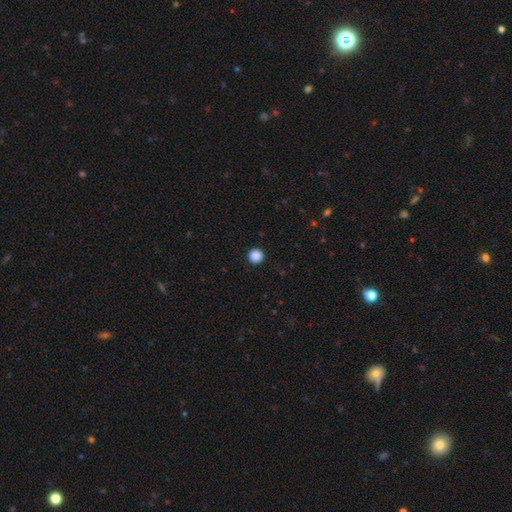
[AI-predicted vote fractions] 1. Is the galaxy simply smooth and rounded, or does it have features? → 88% smooth, 10% star or artifact, 2% featured or disk.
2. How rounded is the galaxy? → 96% round, 3% in between, 1% cigar-shaped.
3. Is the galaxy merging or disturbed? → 93% none, 4% minor disturbance, 2% major disturbance, 1% merger.